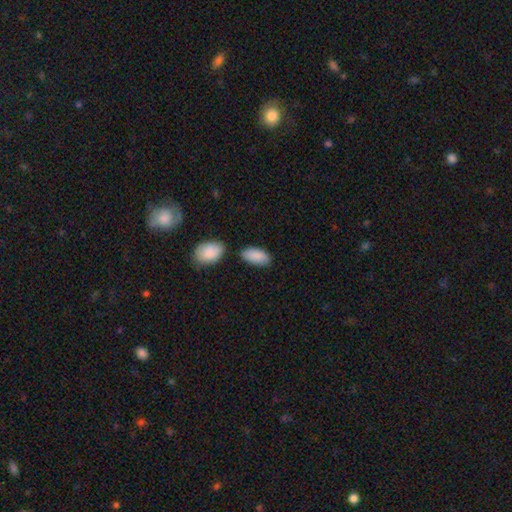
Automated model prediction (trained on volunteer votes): Smooth or featured?
  - smooth: 88% *
  - featured or disk: 6%
  - star or artifact: 6%
How rounded?
  - in between: 94% *
  - cigar-shaped: 4%
  - round: 3%
Merging?
  - none: 66% *
  - minor disturbance: 18%
  - merger: 12%
  - major disturbance: 4%